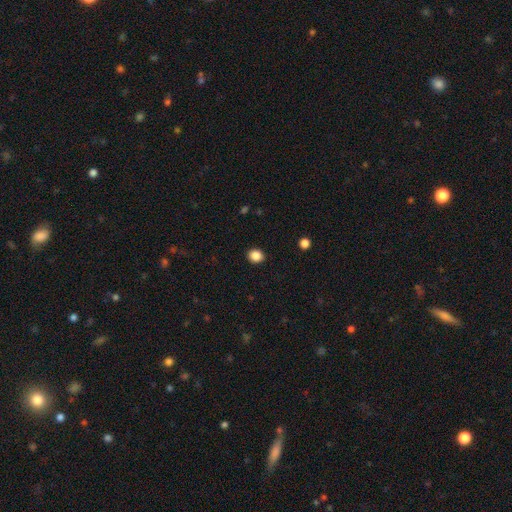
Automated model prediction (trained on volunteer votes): A smooth galaxy with no disk features (87%) that is round (75%).

Vote fractions:
- Smooth or featured? smooth: 87% / star or artifact: 10% / featured or disk: 3%
- How rounded? round: 75% / in between: 24% / cigar-shaped: 1%
- Merging? none: 92% / minor disturbance: 6% / major disturbance: 2% / merger: 1%